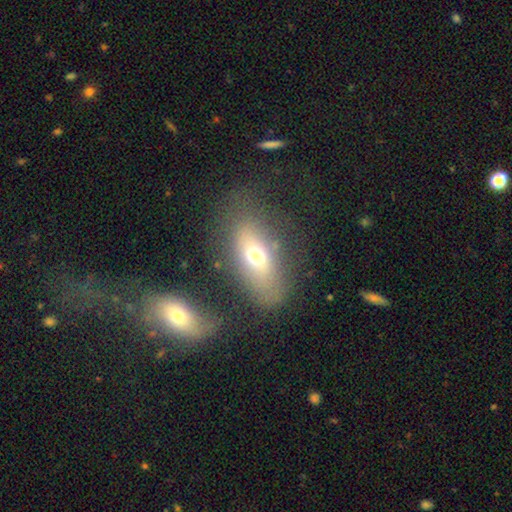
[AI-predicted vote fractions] smooth_or_featured: smooth (p=0.60) [alt: featured or disk p=0.25]
how_rounded: in between (p=0.75) [alt: round p=0.17]
merging: none (p=0.68) [alt: minor disturbance p=0.15]